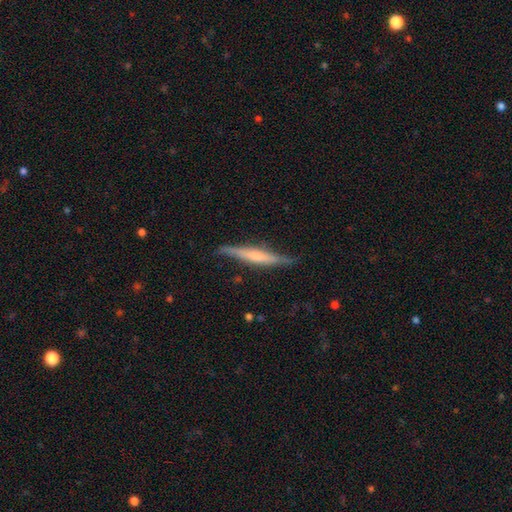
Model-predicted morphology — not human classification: Overall: featured or disk (61%; smooth 33%). Edge-on disk: yes (94%). Edge-on bulge: rounded (54%; none 26%). Merging: none (79%).